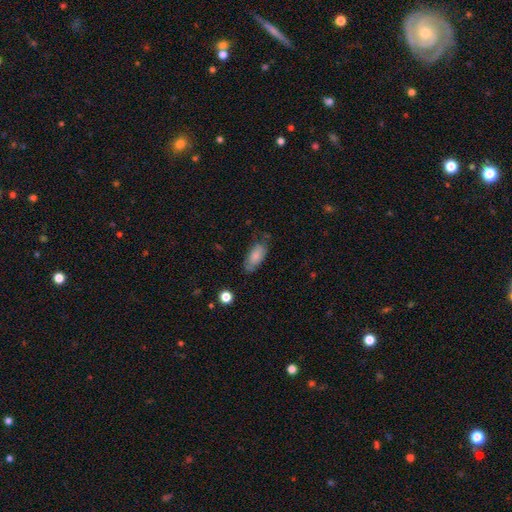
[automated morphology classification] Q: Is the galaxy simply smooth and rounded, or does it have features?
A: smooth — 80%.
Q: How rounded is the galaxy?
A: in between — 86%.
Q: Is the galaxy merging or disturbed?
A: none — 65%.